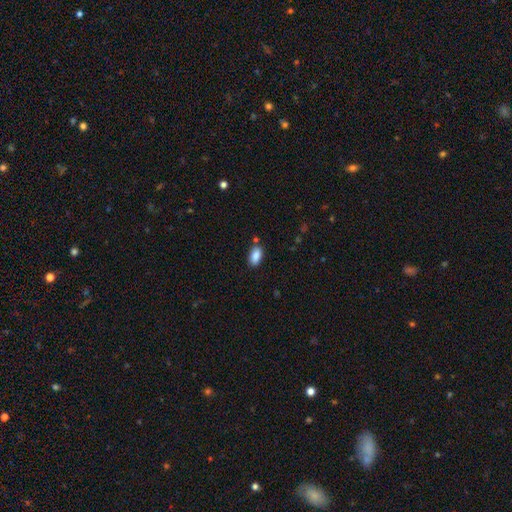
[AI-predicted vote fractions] Smooth or featured?
  - smooth: 88% *
  - star or artifact: 7%
  - featured or disk: 5%
How rounded?
  - in between: 92% *
  - cigar-shaped: 4%
  - round: 3%
Merging?
  - none: 81% *
  - minor disturbance: 12%
  - merger: 5%
  - major disturbance: 3%